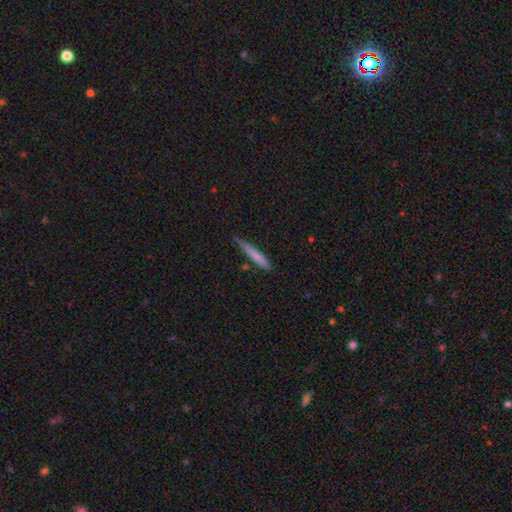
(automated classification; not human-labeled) Smooth or featured: smooth — 68% (featured or disk — 26%)
How rounded: cigar-shaped — 94% (in between — 5%)
Merging: none — 75% (minor disturbance — 19%)